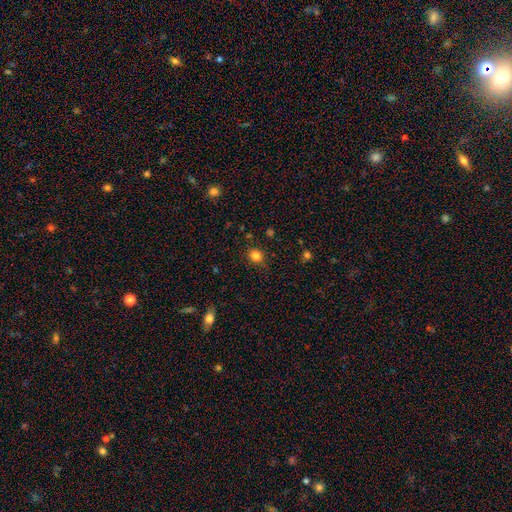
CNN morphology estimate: smooth 82%, star or artifact 13%, featured or disk 5%. Down the decision tree: how rounded — round (83%); merging — none (85%).